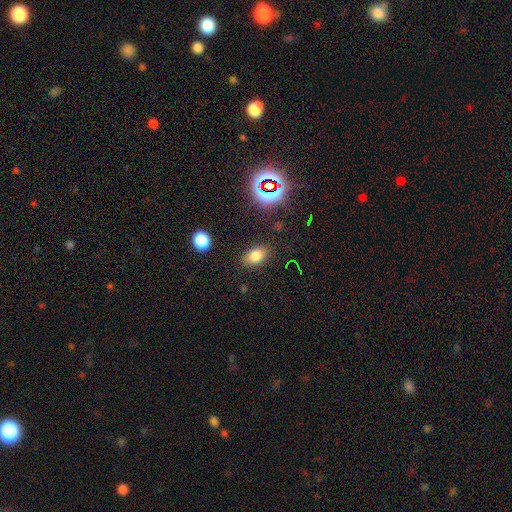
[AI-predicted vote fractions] A smooth galaxy with no disk features (77%) that is in between round and cigar-shaped (84%). Merging: none (84%).